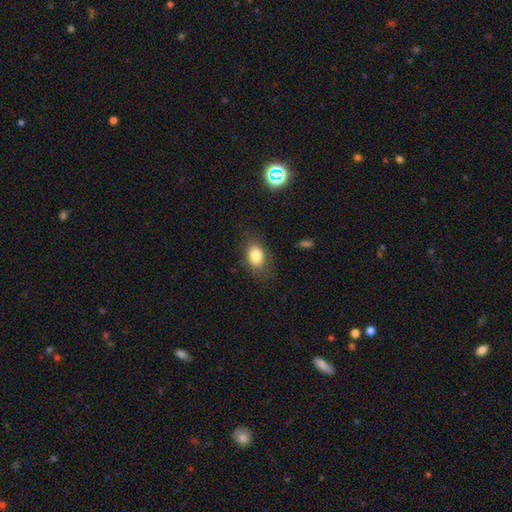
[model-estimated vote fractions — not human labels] smooth_or_featured: smooth (p=0.81) [alt: featured or disk p=0.10]
how_rounded: in between (p=0.77) [alt: round p=0.21]
merging: none (p=0.76) [alt: minor disturbance p=0.16]